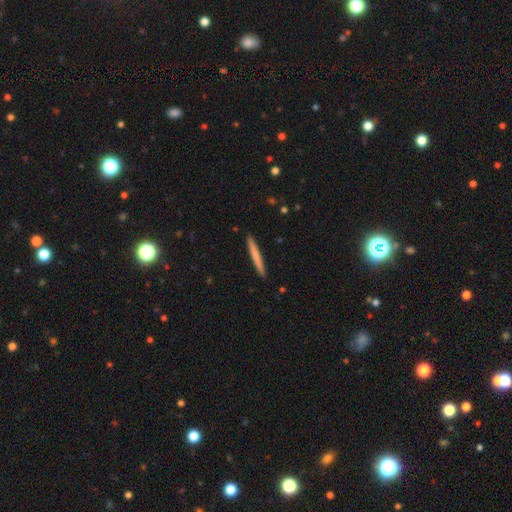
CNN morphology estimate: A smooth galaxy with no disk features (67%) that is cigar-shaped (97%). Merging: none (92%).